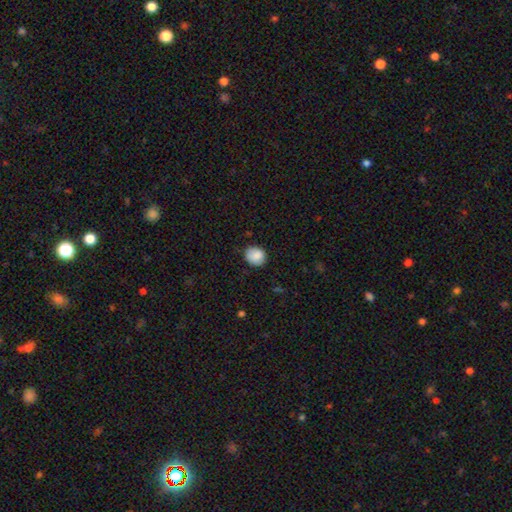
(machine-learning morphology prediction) This appears to be a smooth galaxy with no disk features (87%) that is round (72%). Merging: none (80%).